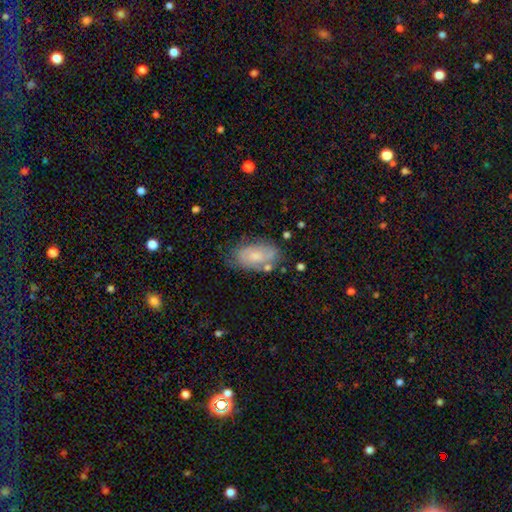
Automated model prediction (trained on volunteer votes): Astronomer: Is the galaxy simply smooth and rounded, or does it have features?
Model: smooth — 56% (runner-up: featured or disk, 36%).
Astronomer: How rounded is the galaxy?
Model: in between — 92%.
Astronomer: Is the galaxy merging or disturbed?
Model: none — 62%.